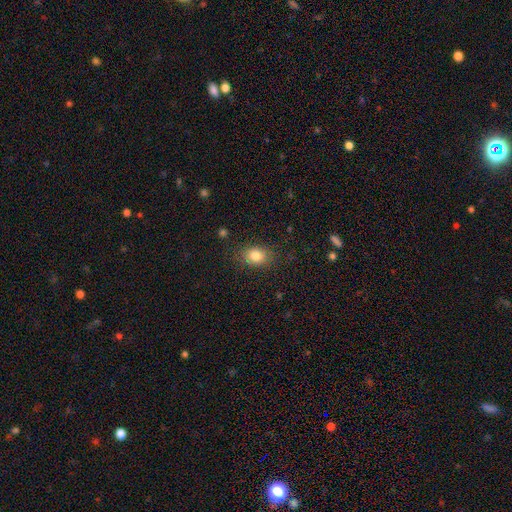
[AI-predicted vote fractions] smooth_or_featured: smooth (p=0.83) [alt: star or artifact p=0.10]
how_rounded: in between (p=0.66) [alt: round p=0.32]
merging: none (p=0.84) [alt: minor disturbance p=0.11]